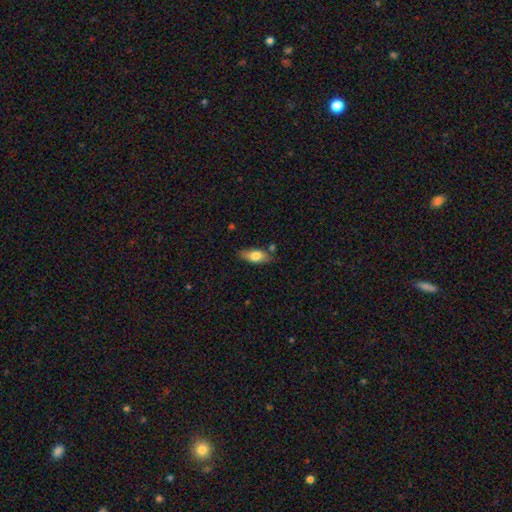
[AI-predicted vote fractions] Smooth or featured? smooth (70%)
How rounded? in between (76%)
Merging? none (76%)